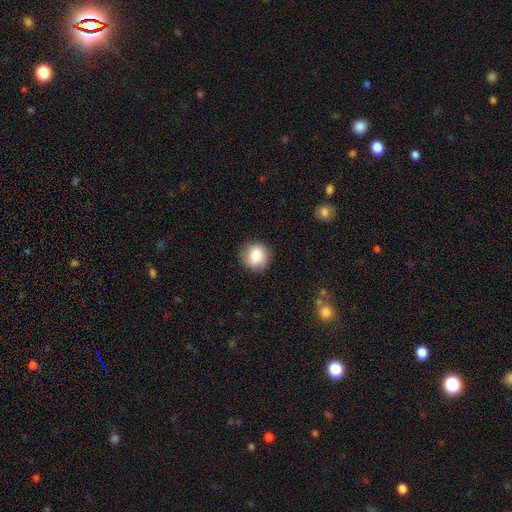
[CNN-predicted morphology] A smooth galaxy with no disk features (83%) that is round (90%).

Vote fractions:
- Smooth or featured? smooth: 83% / featured or disk: 9% / star or artifact: 8%
- How rounded? round: 90% / in between: 9% / cigar-shaped: 1%
- Merging? none: 86% / minor disturbance: 10% / major disturbance: 3% / merger: 1%